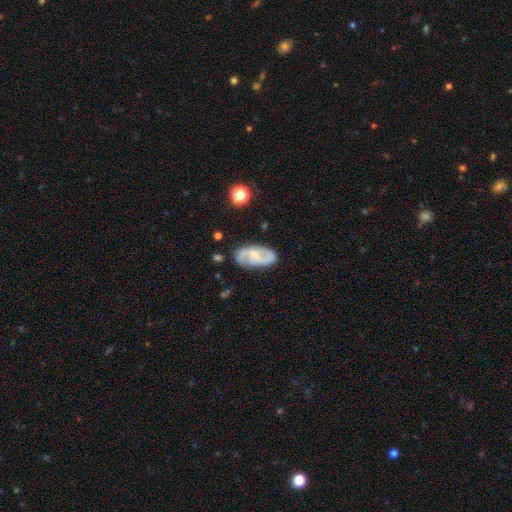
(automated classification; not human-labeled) A featured or disk galaxy (80%) with a weak bar (44%), 2 (91%) medium (43%) spiral arms (95%) and a small central bulge (52%). Merging: none (82%).